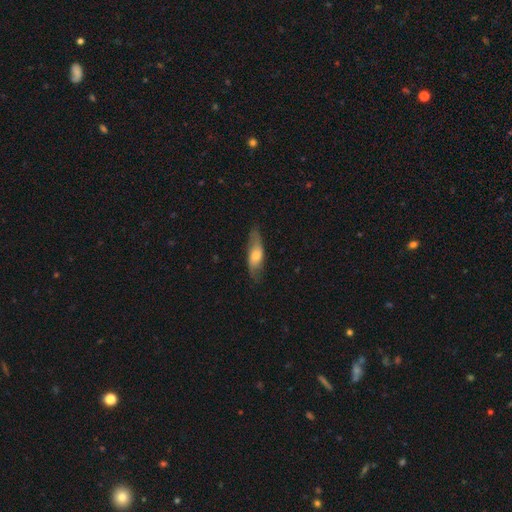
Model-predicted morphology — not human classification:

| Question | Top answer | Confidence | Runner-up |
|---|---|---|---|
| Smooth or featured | smooth | 55% | featured or disk (39%) |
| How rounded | in between | 56% | cigar-shaped (41%) |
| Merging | none | 75% | minor disturbance (19%) |